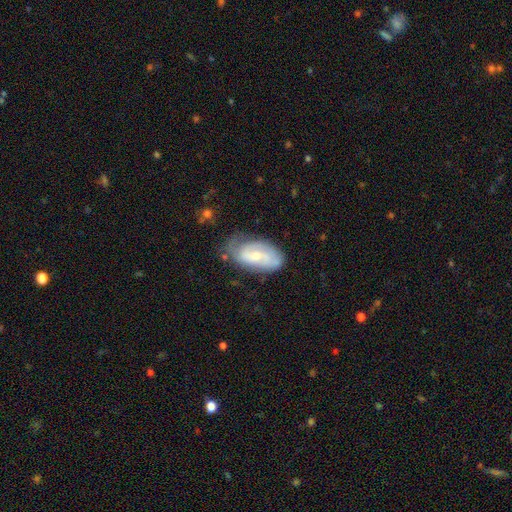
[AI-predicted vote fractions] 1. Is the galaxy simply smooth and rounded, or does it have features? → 66% featured or disk, 27% smooth, 7% star or artifact.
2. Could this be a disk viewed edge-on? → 94% no, 6% yes.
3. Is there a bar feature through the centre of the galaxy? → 52% no, 38% weak, 10% strong.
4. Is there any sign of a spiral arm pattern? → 84% yes, 16% no.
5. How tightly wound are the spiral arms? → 44% tight, 37% medium, 18% loose.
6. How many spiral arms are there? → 48% 2, 32% can't tell, 9% 1, 7% 3, 2% 4, 2% more than 4.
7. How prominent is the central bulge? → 52% small, 44% moderate, 2% large, 2% none, 1% dominant.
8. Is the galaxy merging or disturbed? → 59% none, 28% minor disturbance, 10% major disturbance, 3% merger.